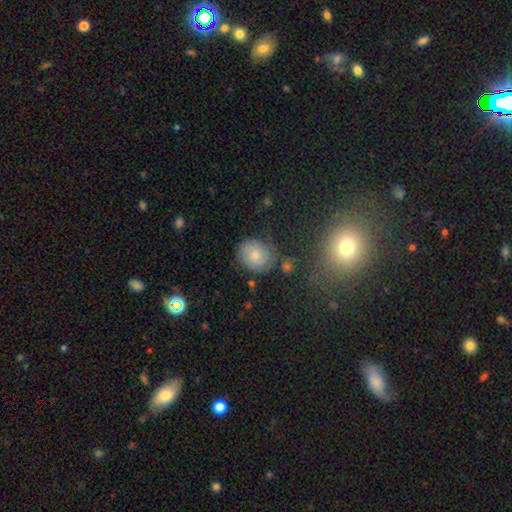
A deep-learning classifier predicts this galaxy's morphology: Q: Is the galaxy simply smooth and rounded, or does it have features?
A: smooth — 57%.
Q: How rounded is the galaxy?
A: round — 69%.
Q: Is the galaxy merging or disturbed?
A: none — 74%.